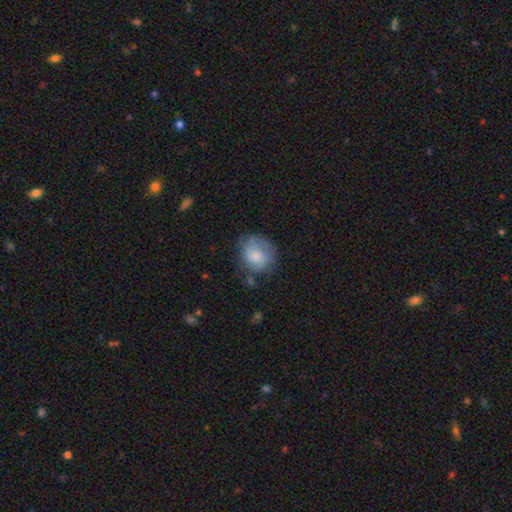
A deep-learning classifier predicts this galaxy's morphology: This appears to be a smooth galaxy with no disk features (67%) that is round (71%). Merging: none (54%).